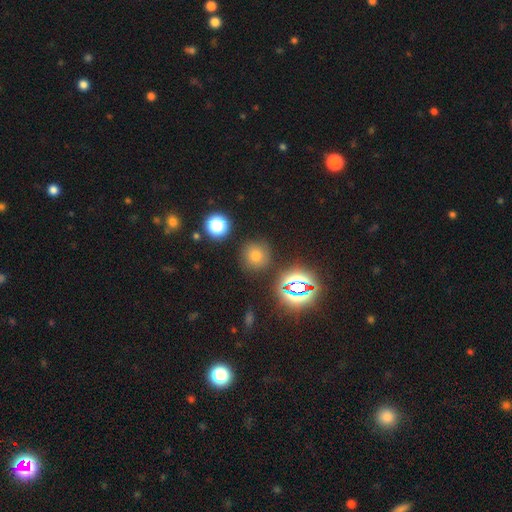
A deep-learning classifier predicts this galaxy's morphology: Smooth or featured? Predicted: smooth (p=0.64). How rounded? Predicted: round (p=0.92). Merging? Predicted: none (p=0.85).